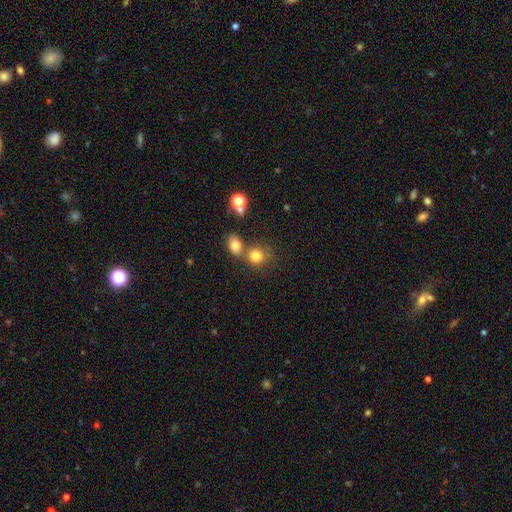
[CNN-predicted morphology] smooth-or-featured: smooth: 79% | star or artifact: 13% | featured or disk: 8%
  how-rounded: round: 79% | in between: 20% | cigar-shaped: 1%
  merging: none: 57% | merger: 28% | minor disturbance: 10% | major disturbance: 5%